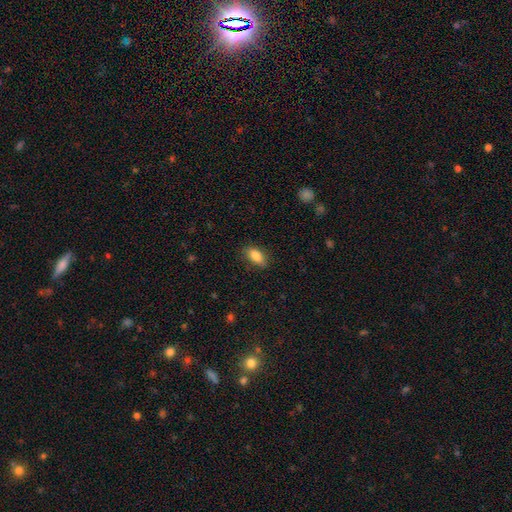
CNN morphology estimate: Smooth or featured: smooth — 85% (star or artifact — 8%)
How rounded: in between — 88% (cigar-shaped — 7%)
Merging: none — 84% (minor disturbance — 12%)